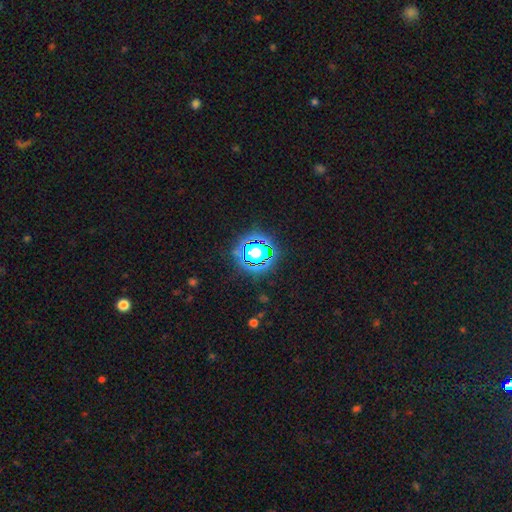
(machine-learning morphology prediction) type=star or artifact (77%).